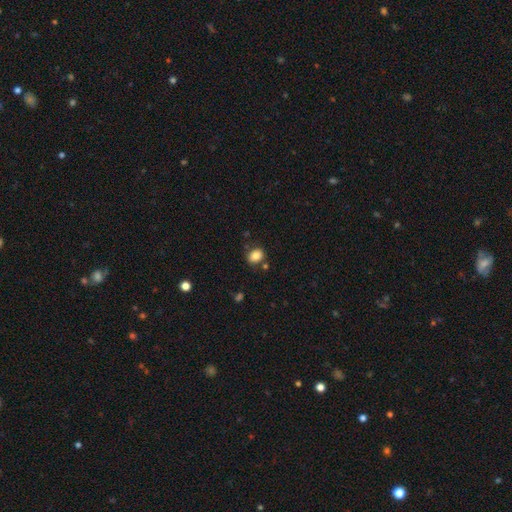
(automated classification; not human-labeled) smooth 83%, star or artifact 10%, featured or disk 7%. Down the decision tree: how rounded — round (51%); merging — none (77%).